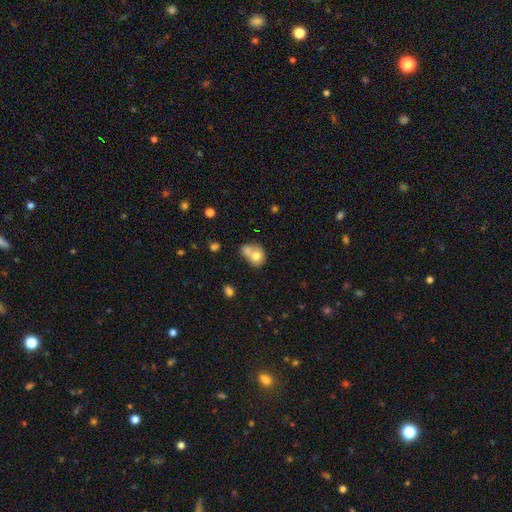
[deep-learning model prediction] Smooth or featured? smooth (72%)
How rounded? round (60%)
Merging? merger (60%)